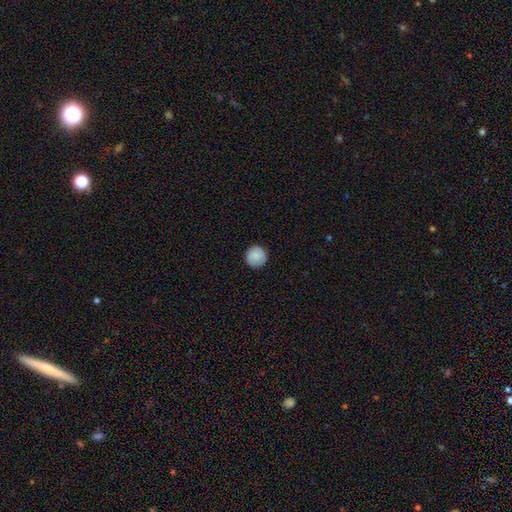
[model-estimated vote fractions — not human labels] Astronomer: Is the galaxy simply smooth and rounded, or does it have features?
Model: smooth — 88%.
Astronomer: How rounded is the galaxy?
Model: round — 96%.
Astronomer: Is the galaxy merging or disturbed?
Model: none — 91%.